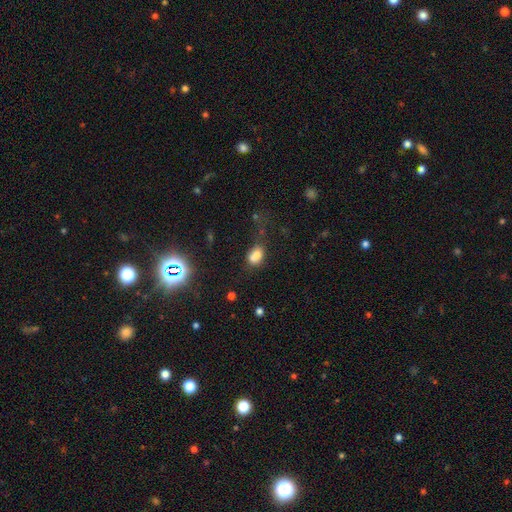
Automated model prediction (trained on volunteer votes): Morphology: type=smooth (71%); roundness=in between (70%); merging=merger (35%).